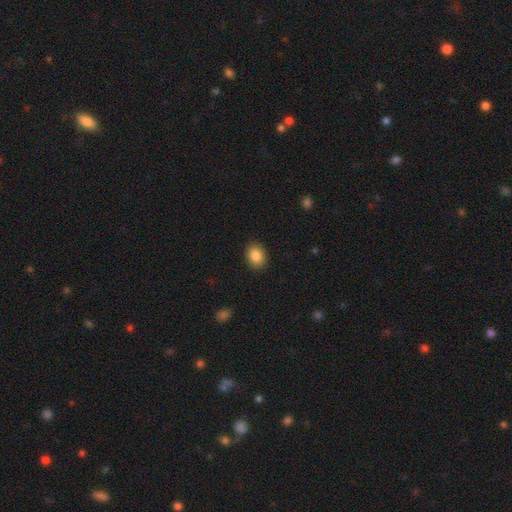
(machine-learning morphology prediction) smooth 87%, star or artifact 8%, featured or disk 5%. Down the decision tree: how rounded — in between (64%); merging — none (89%).